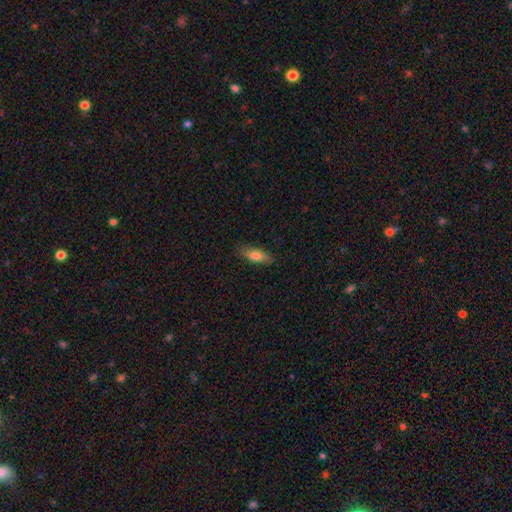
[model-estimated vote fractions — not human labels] Smooth or featured?
  - smooth: 75% *
  - featured or disk: 18%
  - star or artifact: 7%
How rounded?
  - in between: 65% *
  - cigar-shaped: 32%
  - round: 3%
Merging?
  - none: 84% *
  - minor disturbance: 12%
  - major disturbance: 3%
  - merger: 1%